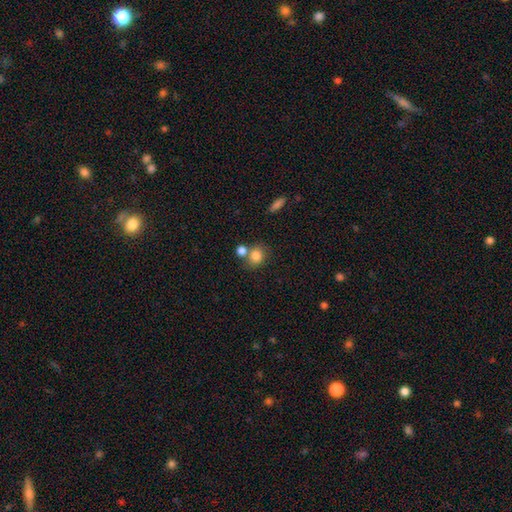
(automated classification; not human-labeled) Overall: smooth (82%). How rounded: round (70%). Merging: none (53%; merger 32%).